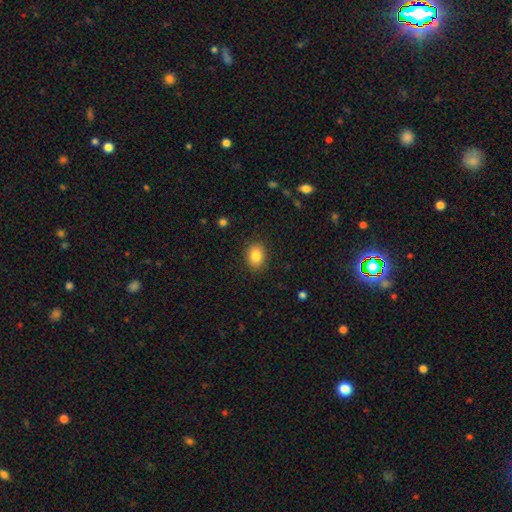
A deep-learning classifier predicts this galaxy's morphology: Overall: smooth (84%). How rounded: in between (60%; round 40%). Merging: none (88%).